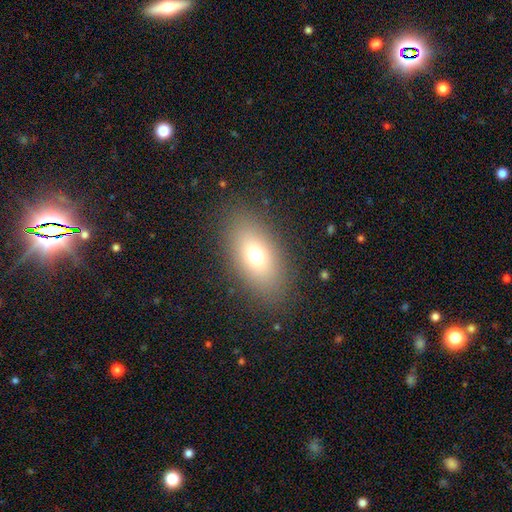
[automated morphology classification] A smooth galaxy with no disk features (69%) that is in between round and cigar-shaped (84%). Merging: none (85%).